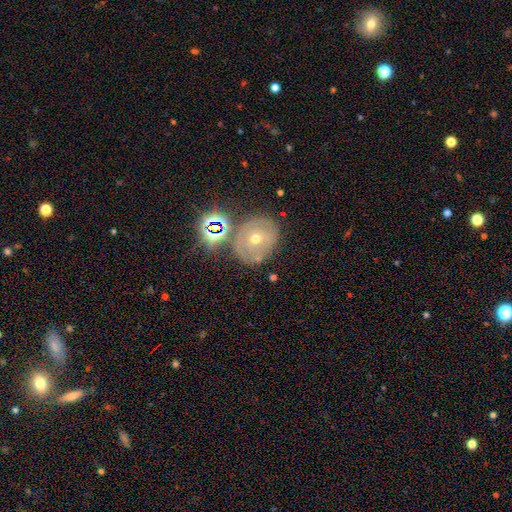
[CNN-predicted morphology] A featured or disk galaxy (59%) with no bar (75%), spiral arms (76%) and a moderate central bulge (52%).

Vote fractions:
- Smooth or featured? featured or disk: 59% / star or artifact: 23% / smooth: 18%
- Edge-on disk? no: 95% / yes: 5%
- Bar? no: 75% / weak: 17% / strong: 8%
- Spiral arms? yes: 76% / no: 24%
- Bulge size? moderate: 52% / small: 44% / large: 2% / none: 1% / dominant: 1%
- Merging? none: 74% / minor disturbance: 13% / merger: 9% / major disturbance: 5%